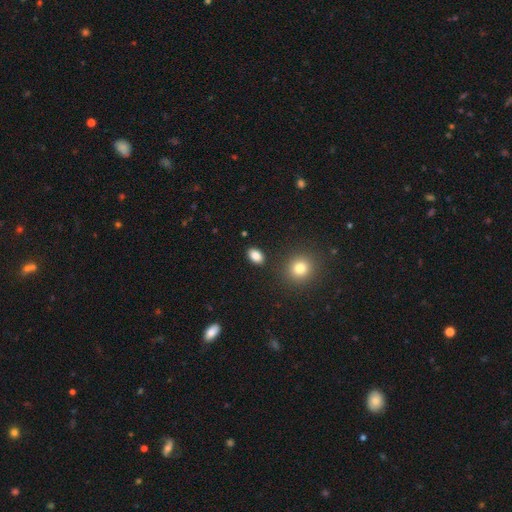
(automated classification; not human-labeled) This appears to be a smooth galaxy with no disk features (85%) that is in between round and cigar-shaped (83%). Merging: none (88%).